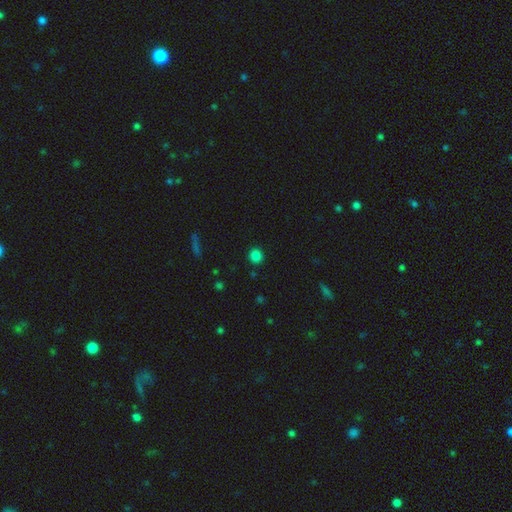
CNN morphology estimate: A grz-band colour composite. It shows a smooth galaxy with no disk features (83%) that is round (92%). Merging: none (90%).